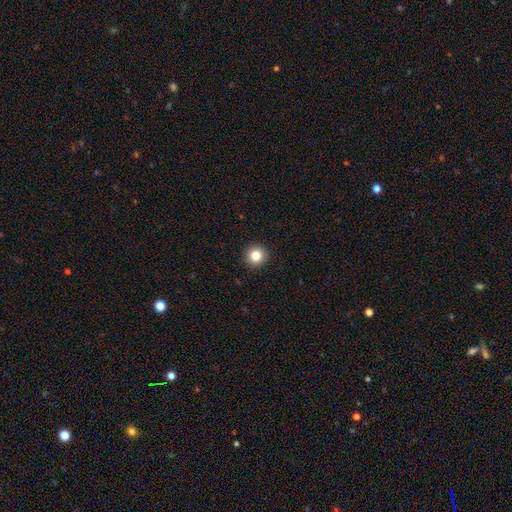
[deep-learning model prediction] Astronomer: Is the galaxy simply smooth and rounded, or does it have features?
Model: smooth — 83%.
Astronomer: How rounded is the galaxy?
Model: round — 95%.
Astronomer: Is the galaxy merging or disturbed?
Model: none — 93%.